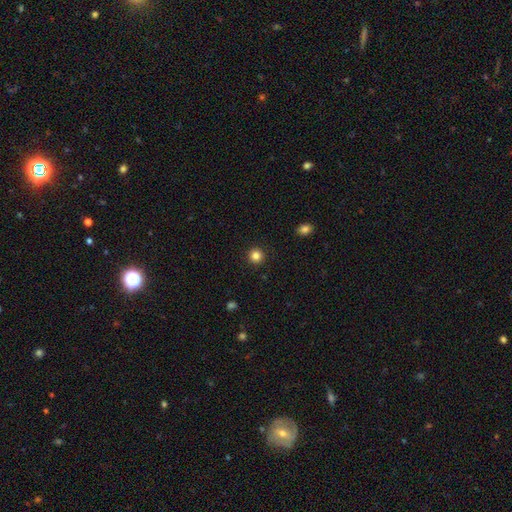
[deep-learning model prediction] Smooth or featured?
  - smooth: 85% *
  - star or artifact: 11%
  - featured or disk: 4%
How rounded?
  - round: 95% *
  - in between: 4%
  - cigar-shaped: 1%
Merging?
  - none: 93% *
  - minor disturbance: 4%
  - major disturbance: 2%
  - merger: 1%